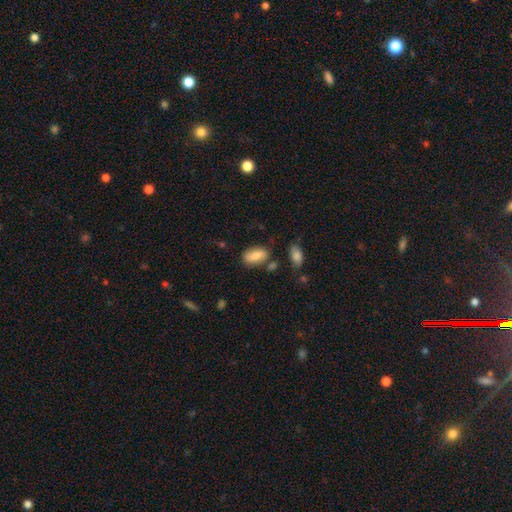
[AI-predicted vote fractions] Q: Smooth or featured?
A: smooth (76%); runner-up: featured or disk (16%)
Q: How rounded?
A: in between (89%); runner-up: cigar-shaped (6%)
Q: Merging?
A: none (68%); runner-up: minor disturbance (19%)